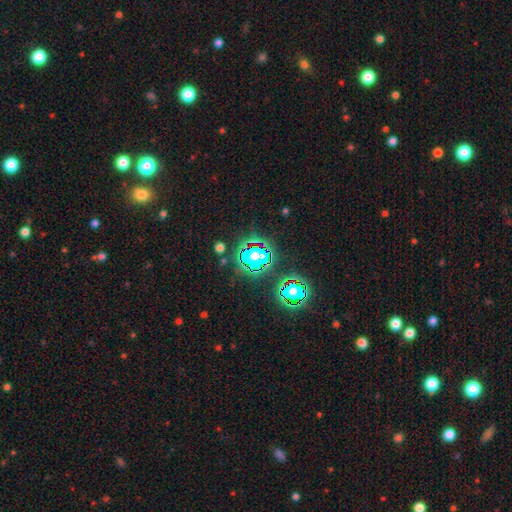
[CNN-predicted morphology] The model was most divided on "smooth or featured": star or artifact: 62%, smooth: 25%, featured or disk: 13%.